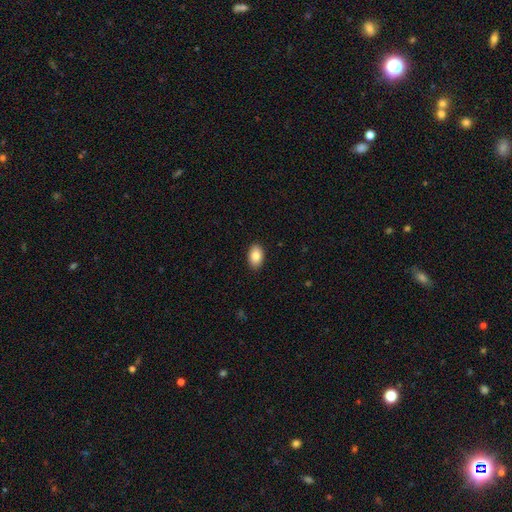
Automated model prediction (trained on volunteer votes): A smooth galaxy with no disk features (85%) that is in between round and cigar-shaped (90%).

Vote fractions:
- Smooth or featured? smooth: 85% / star or artifact: 7% / featured or disk: 7%
- How rounded? in between: 90% / round: 9% / cigar-shaped: 1%
- Merging? none: 90% / minor disturbance: 8% / major disturbance: 2% / merger: 1%